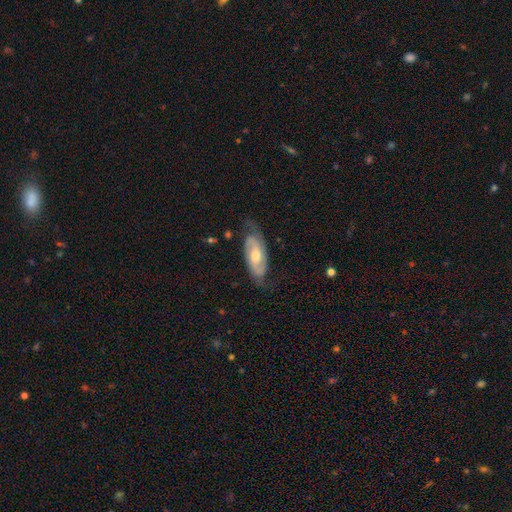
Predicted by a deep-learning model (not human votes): This is likely a featured or disk galaxy (78%). It is clearly not viewed edge-on (91%). Bar: possibly no (52%). Spiral arm pattern: clearly yes (93%). Spiral arm count: clearly 2 (84%). Spiral winding: marginally medium (42%). Central bulge: likely moderate (64%). Merging: likely none (70%).